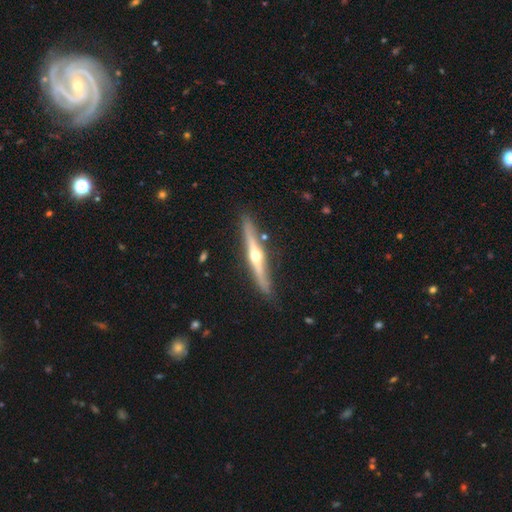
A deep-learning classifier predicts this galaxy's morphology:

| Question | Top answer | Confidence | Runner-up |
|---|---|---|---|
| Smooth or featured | featured or disk | 72% | smooth (23%) |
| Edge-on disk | yes | 96% | no (4%) |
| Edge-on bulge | rounded | 91% | none (6%) |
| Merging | none | 85% | minor disturbance (10%) |